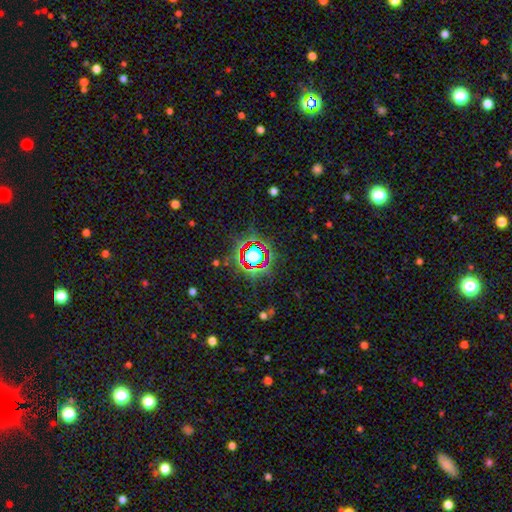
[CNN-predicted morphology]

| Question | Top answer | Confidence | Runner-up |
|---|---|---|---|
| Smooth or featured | star or artifact | 67% | smooth (21%) |